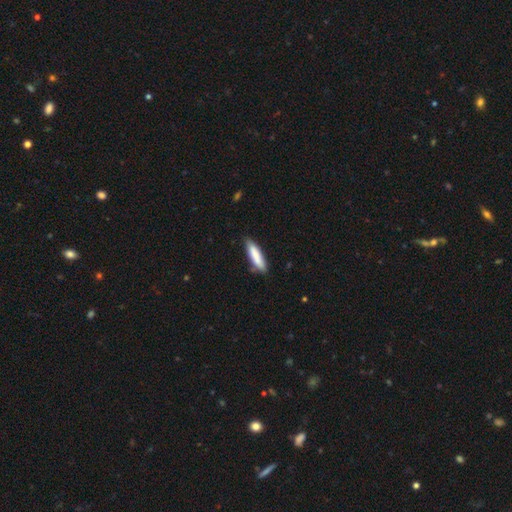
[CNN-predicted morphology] type=smooth (82%); roundness=cigar-shaped (73%); merging=none (78%).